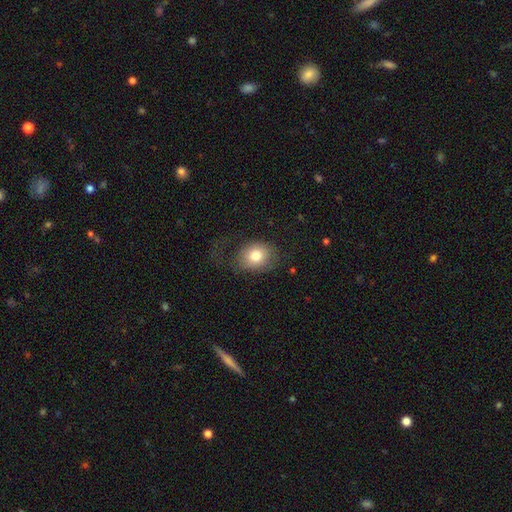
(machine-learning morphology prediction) smooth_or_featured: smooth (p=0.78) [alt: featured or disk p=0.13]
how_rounded: round (p=0.50) [alt: in between p=0.49]
merging: none (p=0.55) [alt: minor disturbance p=0.23]